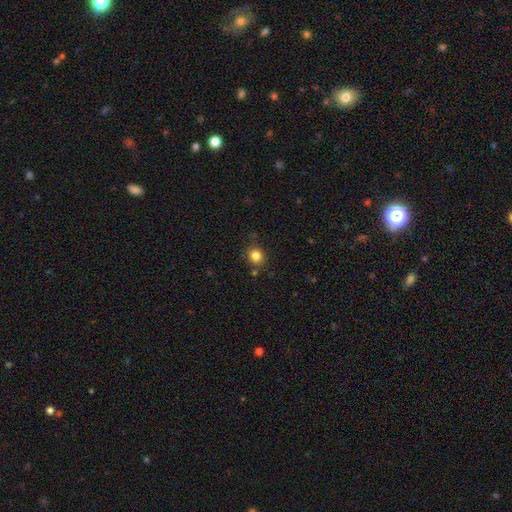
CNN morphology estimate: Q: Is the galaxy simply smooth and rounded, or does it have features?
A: smooth — 83%.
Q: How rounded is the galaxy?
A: round — 85%.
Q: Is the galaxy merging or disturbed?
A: none — 84%.